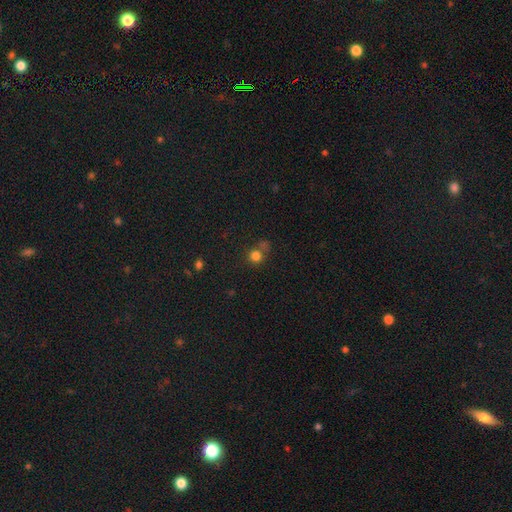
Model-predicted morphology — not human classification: A smooth galaxy with no disk features (76%) that is round (89%). Merging: none (59%).